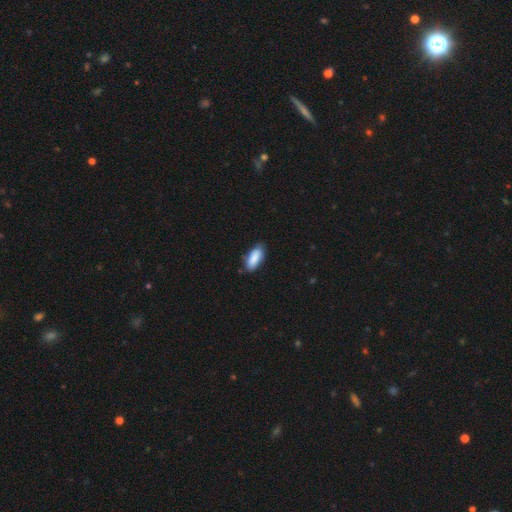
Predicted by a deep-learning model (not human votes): A smooth galaxy with no disk features (88%) that is in between round and cigar-shaped (84%). Merging: none (79%).